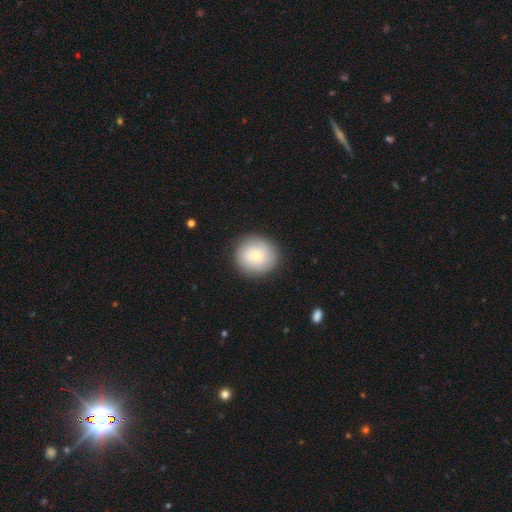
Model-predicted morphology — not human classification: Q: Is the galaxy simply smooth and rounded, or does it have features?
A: smooth — 69%.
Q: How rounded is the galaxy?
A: round — 92%.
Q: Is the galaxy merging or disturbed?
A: none — 88%.